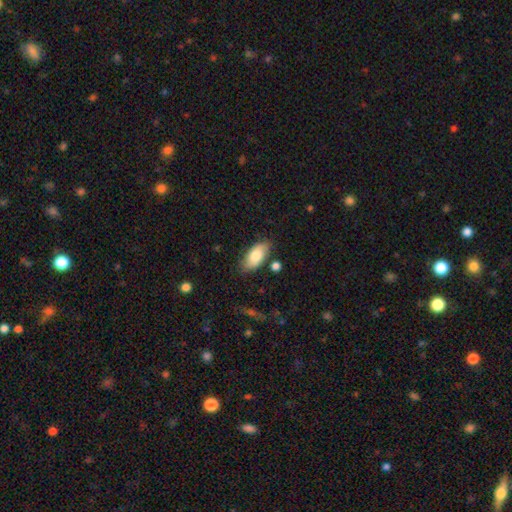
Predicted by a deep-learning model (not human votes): Smooth or featured?
  - smooth: 75% *
  - featured or disk: 18%
  - star or artifact: 6%
How rounded?
  - in between: 91% *
  - cigar-shaped: 6%
  - round: 3%
Merging?
  - none: 76% *
  - minor disturbance: 16%
  - merger: 4%
  - major disturbance: 3%